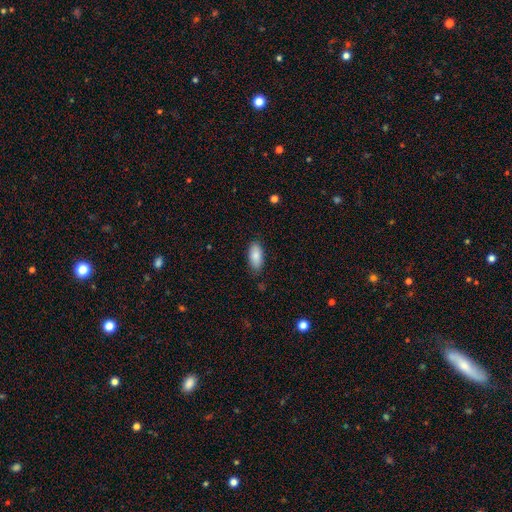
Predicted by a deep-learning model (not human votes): Overall: smooth (86%). How rounded: in between (88%). Merging: none (83%).